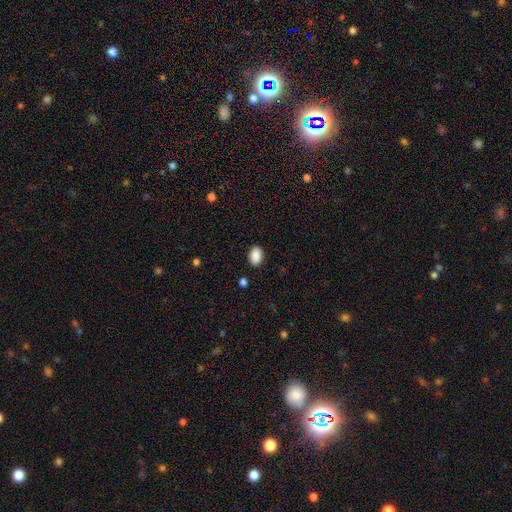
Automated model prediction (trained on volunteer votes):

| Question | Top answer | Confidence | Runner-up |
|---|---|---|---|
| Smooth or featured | smooth | 90% | star or artifact (7%) |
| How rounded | in between | 87% | round (12%) |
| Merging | none | 88% | minor disturbance (9%) |